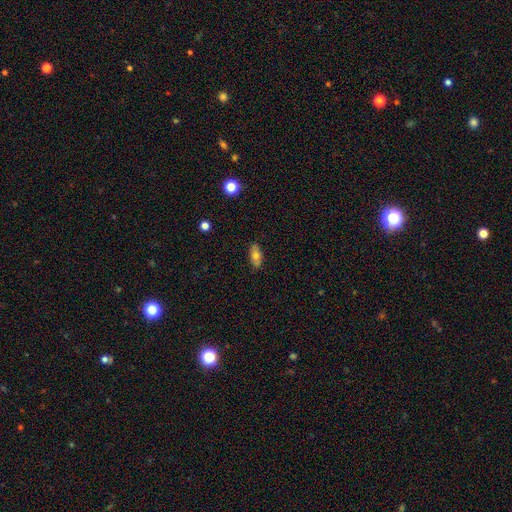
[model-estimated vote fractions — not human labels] Q: Smooth or featured?
A: smooth (67%); runner-up: featured or disk (24%)
Q: How rounded?
A: in between (82%); runner-up: cigar-shaped (13%)
Q: Merging?
A: none (85%); runner-up: minor disturbance (11%)